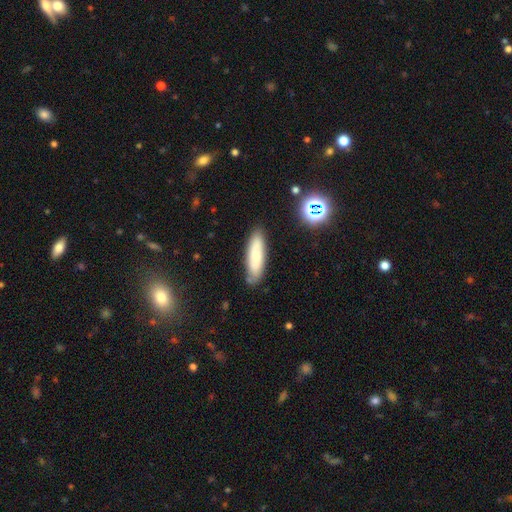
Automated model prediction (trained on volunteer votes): Morphology: type=smooth (76%); roundness=cigar-shaped (60%); merging=none (81%).